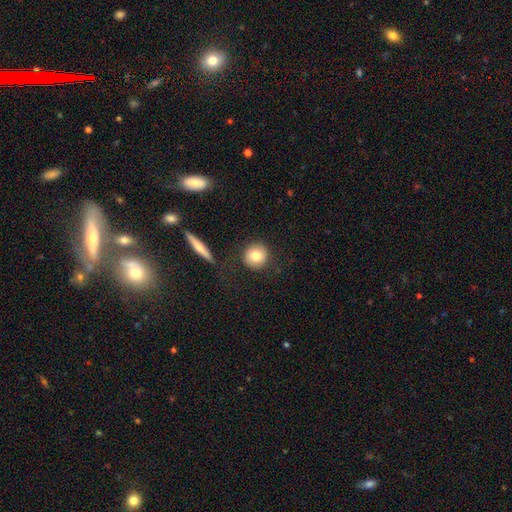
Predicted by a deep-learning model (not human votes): smooth-or-featured: smooth: 80% | featured or disk: 12% | star or artifact: 8%
  how-rounded: round: 89% | in between: 9% | cigar-shaped: 1%
  merging: none: 84% | minor disturbance: 10% | merger: 4% | major disturbance: 3%